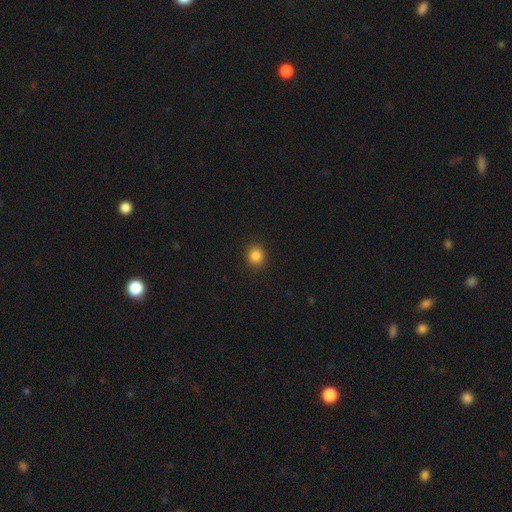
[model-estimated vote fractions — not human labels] A smooth galaxy with no disk features (85%) that is round (86%). Merging: none (91%).